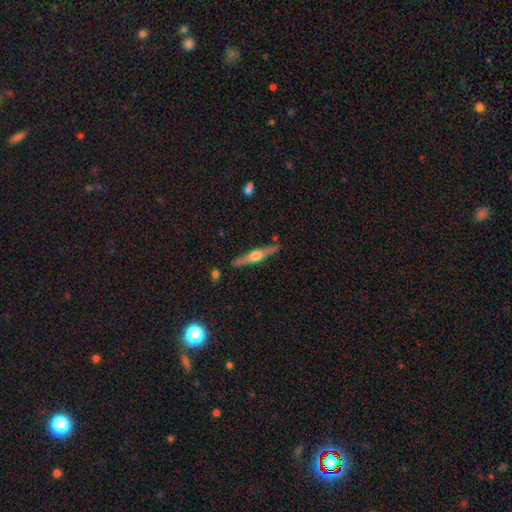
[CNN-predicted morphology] This is likely a featured or disk galaxy (73%). It is clearly viewed edge-on (97%). Edge-on bulge: clearly rounded (94%). Merging: clearly none (88%).